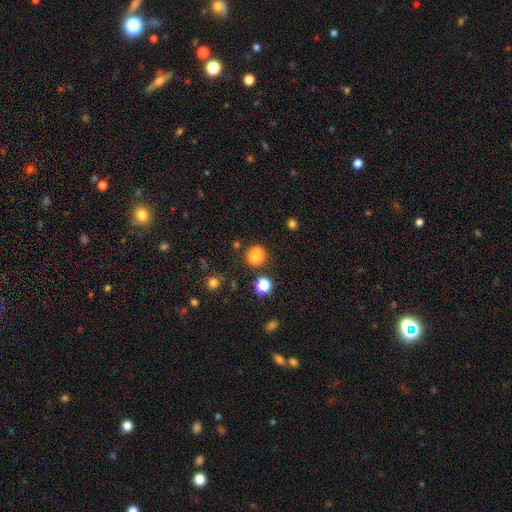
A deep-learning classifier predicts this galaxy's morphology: smooth-or-featured: smooth: 65% | featured or disk: 19% | star or artifact: 16%
  how-rounded: round: 76% | in between: 23% | cigar-shaped: 1%
  merging: merger: 50% | none: 36% | minor disturbance: 9% | major disturbance: 5%